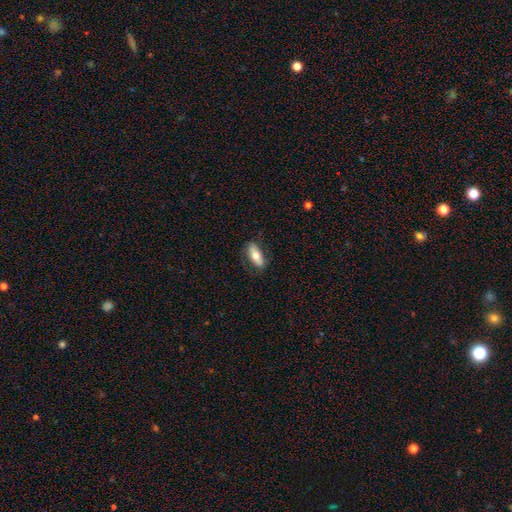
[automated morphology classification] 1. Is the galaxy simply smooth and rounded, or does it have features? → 66% smooth, 28% featured or disk, 6% star or artifact.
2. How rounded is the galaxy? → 73% in between, 25% cigar-shaped, 3% round.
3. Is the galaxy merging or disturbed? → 78% none, 16% minor disturbance, 4% major disturbance, 1% merger.